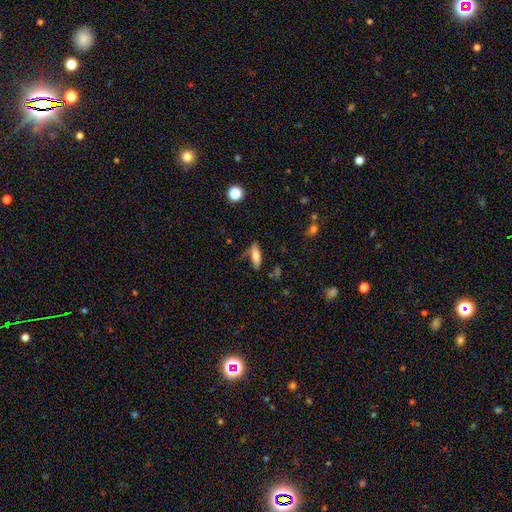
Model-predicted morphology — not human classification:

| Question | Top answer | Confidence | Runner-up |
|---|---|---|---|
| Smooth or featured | smooth | 76% | featured or disk (16%) |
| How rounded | in between | 52% | cigar-shaped (46%) |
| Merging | none | 70% | minor disturbance (19%) |